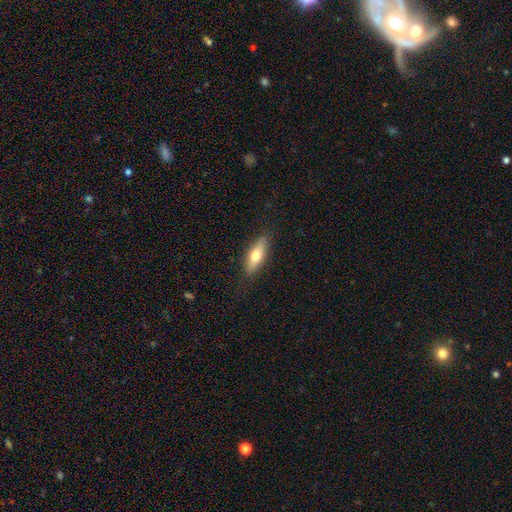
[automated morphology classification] Q: Smooth or featured?
A: smooth (64%); runner-up: featured or disk (29%)
Q: How rounded?
A: in between (55%); runner-up: cigar-shaped (43%)
Q: Merging?
A: none (85%); runner-up: minor disturbance (11%)